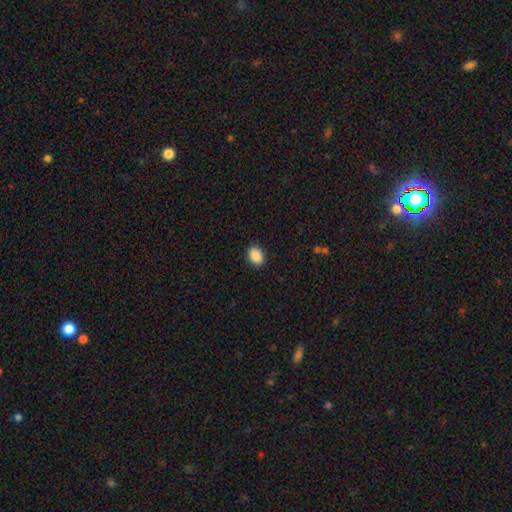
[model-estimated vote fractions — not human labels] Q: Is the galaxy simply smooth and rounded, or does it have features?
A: smooth — 90%.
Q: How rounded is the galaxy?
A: in between — 82%.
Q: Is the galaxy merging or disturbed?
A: none — 90%.